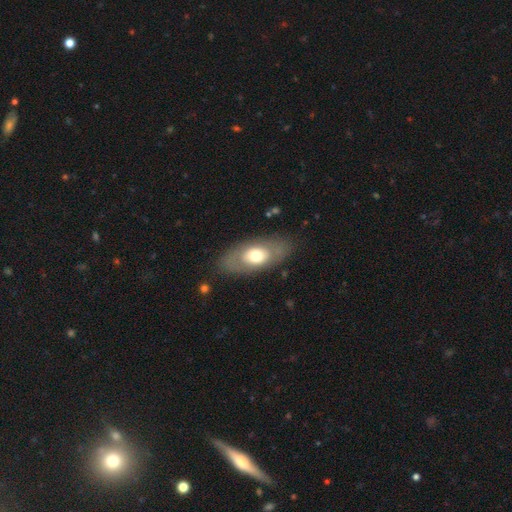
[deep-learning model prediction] The model was most divided on "smooth or featured": smooth: 56%, featured or disk: 37%, star or artifact: 6%. More confident: how rounded — in between (87%); merging — none (81%).